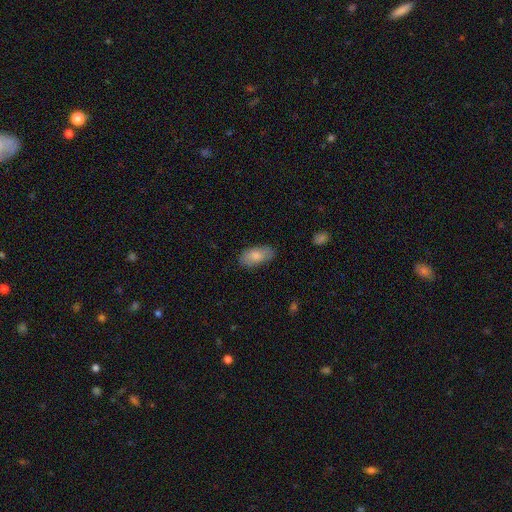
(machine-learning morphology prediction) Smooth or featured? Predicted: smooth (p=0.81). How rounded? Predicted: in between (p=0.92). Merging? Predicted: none (p=0.80).